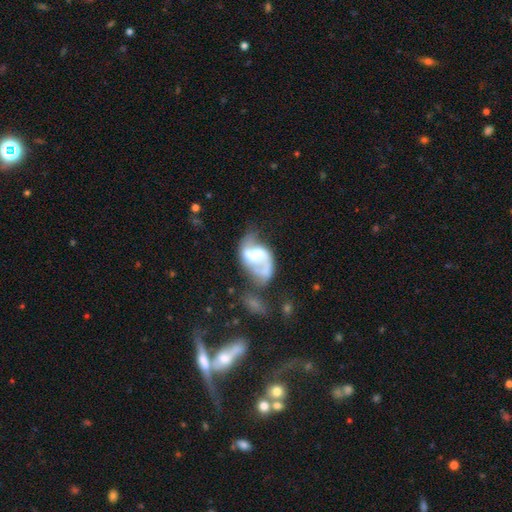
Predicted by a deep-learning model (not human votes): Smooth or featured? Predicted: featured or disk (p=0.76). Edge-on disk? Predicted: no (p=0.98). Bar? Predicted: no (p=0.41, tied with weak). Spiral arms? Predicted: yes (p=0.85). Spiral winding? Predicted: loose (p=0.50). Spiral arm count? Predicted: 2 (p=0.80). Bulge size? Predicted: moderate (p=0.32). Merging? Predicted: none (p=0.29).